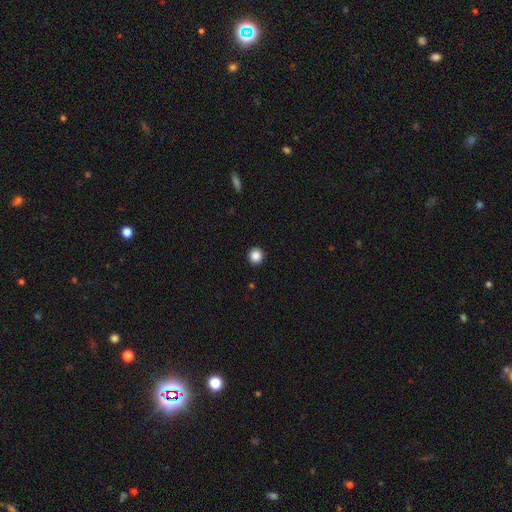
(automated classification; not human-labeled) Smooth or featured: smooth — 88% (star or artifact — 10%)
How rounded: round — 92% (in between — 7%)
Merging: none — 93% (minor disturbance — 5%)